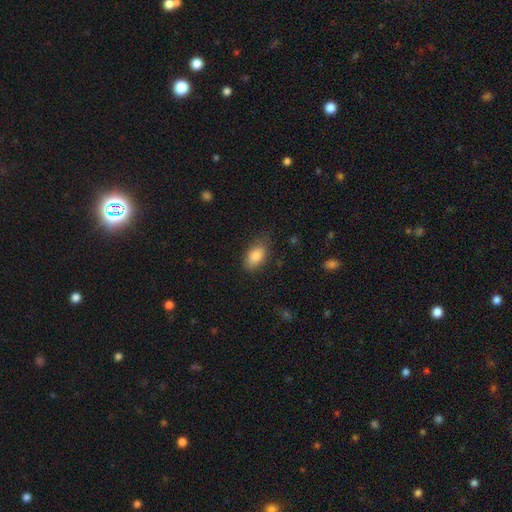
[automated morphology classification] smooth 85%, featured or disk 8%, star or artifact 7%. Down the decision tree: how rounded — in between (91%); merging — none (76%).